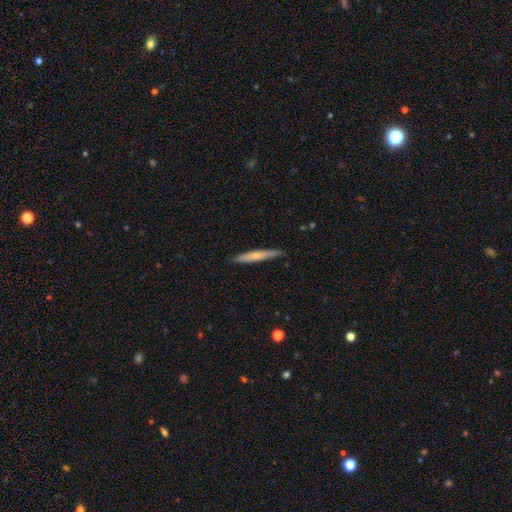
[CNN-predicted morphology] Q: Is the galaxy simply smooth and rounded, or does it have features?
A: smooth — 57%.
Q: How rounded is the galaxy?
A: cigar-shaped — 94%.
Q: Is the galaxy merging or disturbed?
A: none — 87%.